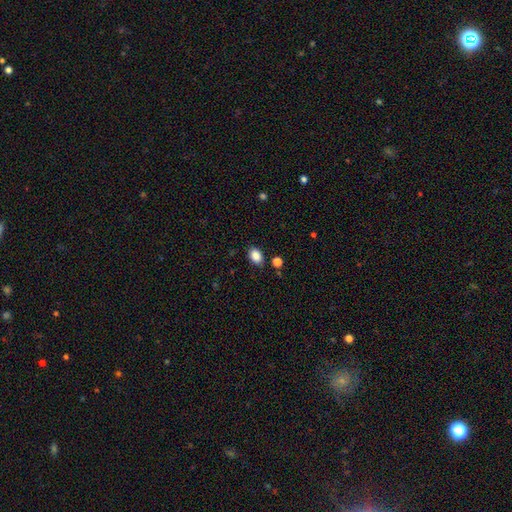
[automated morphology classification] Smooth or featured? smooth (86%)
How rounded? in between (82%)
Merging? none (84%)